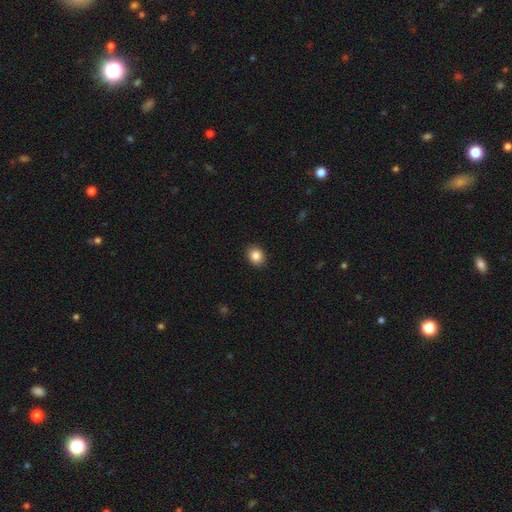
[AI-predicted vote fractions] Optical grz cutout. It shows a smooth galaxy with no disk features (86%) that is round (51%). Merging: none (91%).